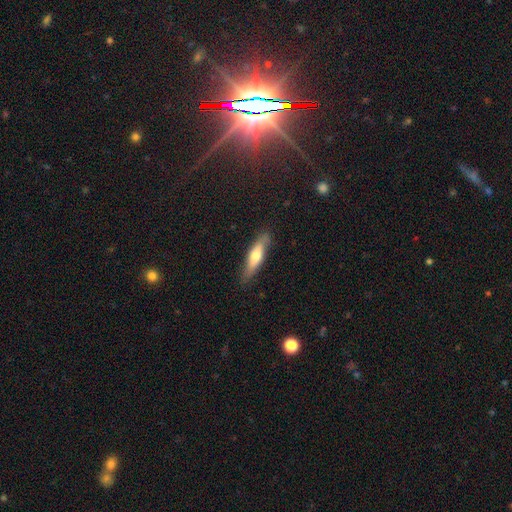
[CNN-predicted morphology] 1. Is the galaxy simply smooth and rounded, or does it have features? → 58% smooth, 36% featured or disk, 6% star or artifact.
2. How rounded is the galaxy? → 67% cigar-shaped, 31% in between, 2% round.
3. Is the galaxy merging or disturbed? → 81% none, 15% minor disturbance, 3% major disturbance, 1% merger.